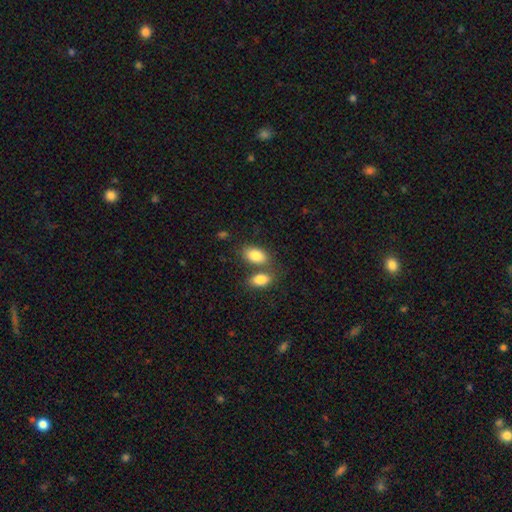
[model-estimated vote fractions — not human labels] The model was most divided on "merging": none: 50%, merger: 35%, minor disturbance: 11%, major disturbance: 4%. More confident: how rounded — in between (92%); smooth or featured — smooth (85%).